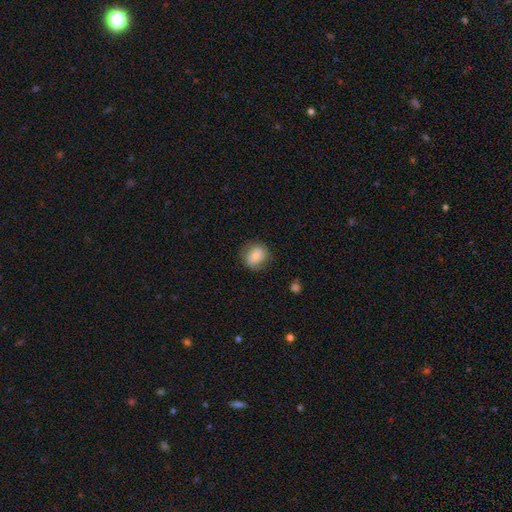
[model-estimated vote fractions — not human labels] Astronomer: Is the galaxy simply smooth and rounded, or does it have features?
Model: smooth — 77%.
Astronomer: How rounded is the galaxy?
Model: round — 65%.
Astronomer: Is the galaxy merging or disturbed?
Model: none — 74%.